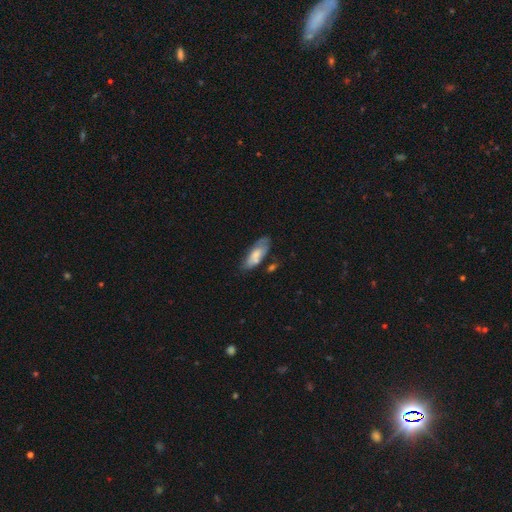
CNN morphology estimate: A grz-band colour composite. It shows a smooth galaxy with no disk features (65%) that is in between round and cigar-shaped (75%). Merging: none (56%).